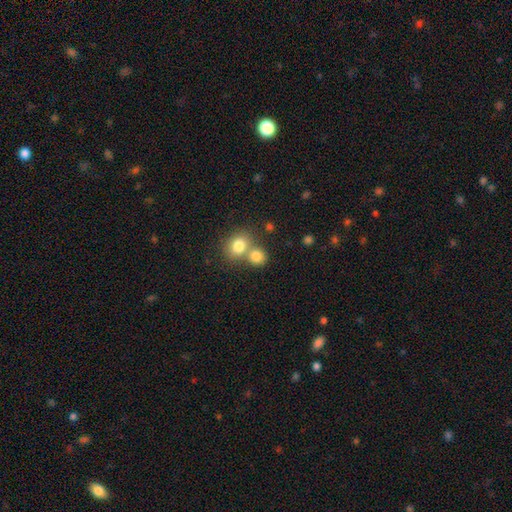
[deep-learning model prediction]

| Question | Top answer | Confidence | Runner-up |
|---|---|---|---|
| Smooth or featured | smooth | 81% | star or artifact (10%) |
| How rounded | round | 73% | in between (26%) |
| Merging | merger | 45% | tied: none (45%) |